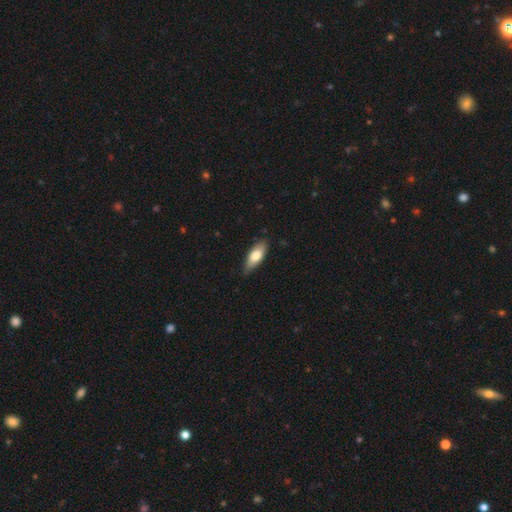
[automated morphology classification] The model was most divided on "how rounded": in between: 72%, cigar-shaped: 26%, round: 2%. More confident: merging — none (81%); smooth or featured — smooth (74%).